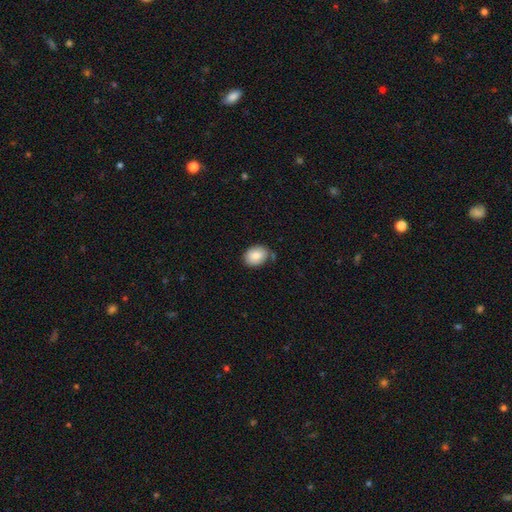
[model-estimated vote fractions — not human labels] Overall: smooth (82%). How rounded: in between (62%; round 38%). Merging: none (67%).